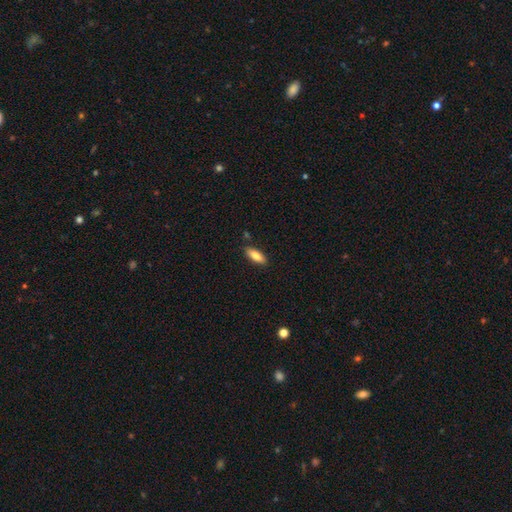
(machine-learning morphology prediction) smooth 81%, featured or disk 13%, star or artifact 6%. Down the decision tree: how rounded — in between (71%); merging — none (85%).